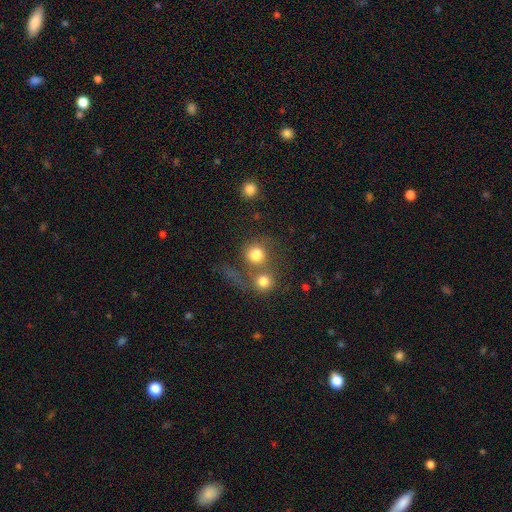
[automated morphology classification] smooth 78%, featured or disk 12%, star or artifact 11%. Down the decision tree: how rounded — round (84%); merging — merger (50%).